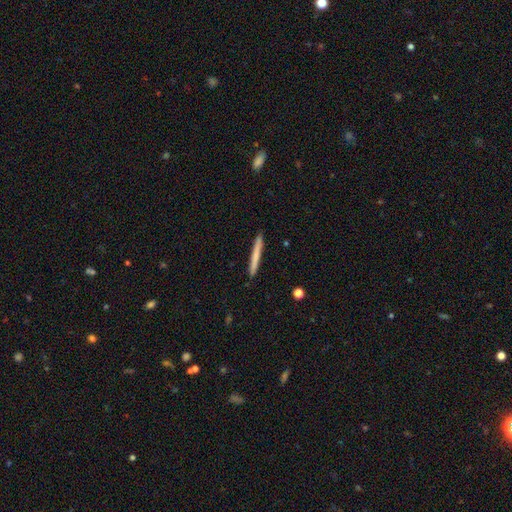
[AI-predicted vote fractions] Overall: smooth (70%). How rounded: cigar-shaped (97%). Merging: none (92%).